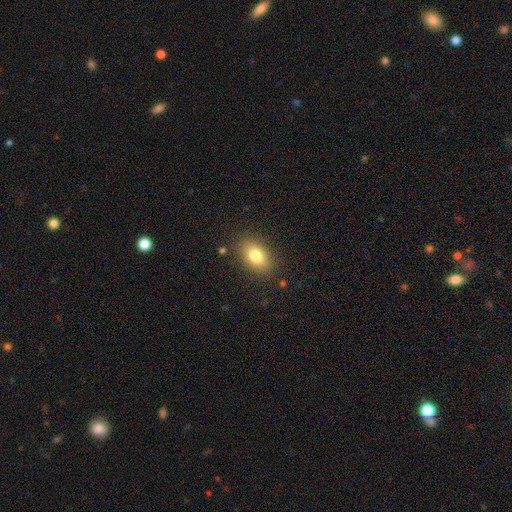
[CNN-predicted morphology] type=smooth (81%); roundness=in between (85%); merging=none (85%).